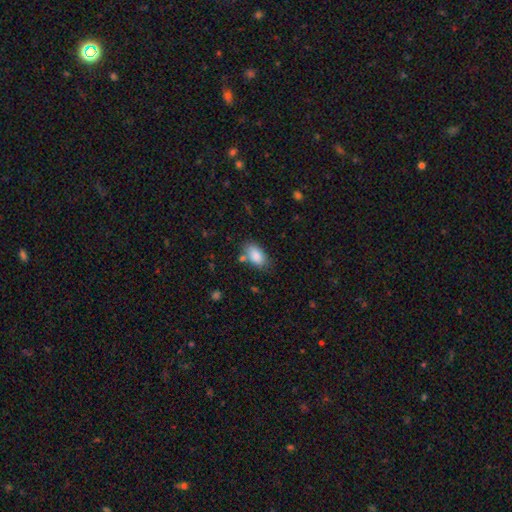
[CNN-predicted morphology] Smooth or featured?
  - smooth: 86% *
  - star or artifact: 7%
  - featured or disk: 6%
How rounded?
  - in between: 92% *
  - round: 6%
  - cigar-shaped: 3%
Merging?
  - none: 68% *
  - minor disturbance: 18%
  - merger: 9%
  - major disturbance: 5%